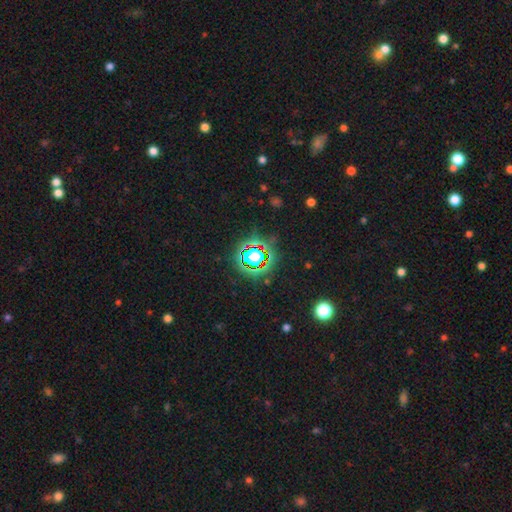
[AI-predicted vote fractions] Smooth or featured? star or artifact (76%)